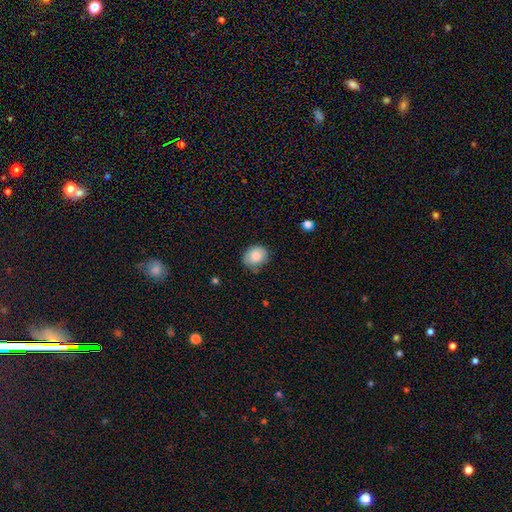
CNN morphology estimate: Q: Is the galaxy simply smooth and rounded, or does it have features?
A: smooth — 83%.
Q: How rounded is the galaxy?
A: round — 60%.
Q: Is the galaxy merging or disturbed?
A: none — 68%.